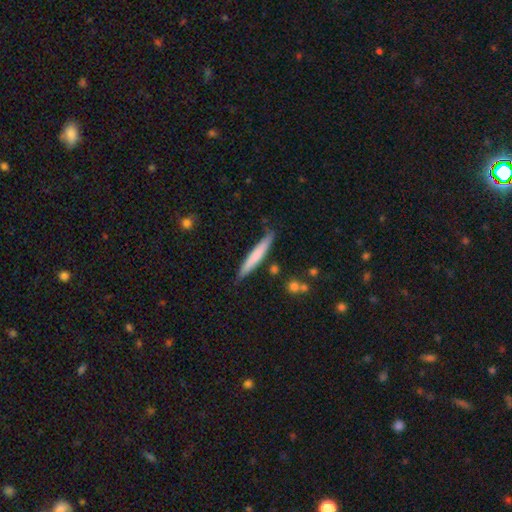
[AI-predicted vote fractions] smooth-or-featured: smooth: 67% | featured or disk: 27% | star or artifact: 5%
  how-rounded: cigar-shaped: 94% | in between: 4% | round: 1%
  merging: none: 83% | minor disturbance: 12% | merger: 2% | major disturbance: 2%